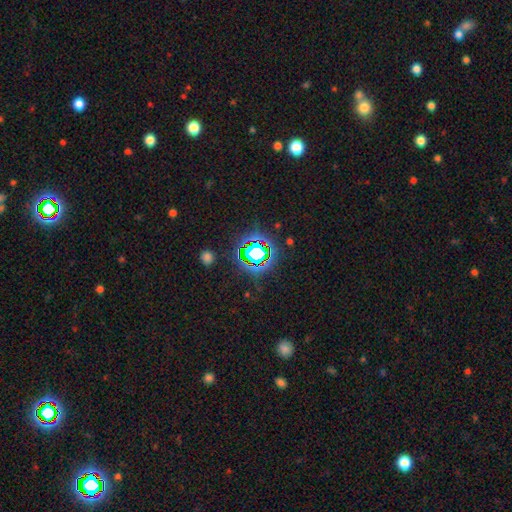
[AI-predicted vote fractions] Smooth or featured? Predicted: star or artifact (p=0.72).